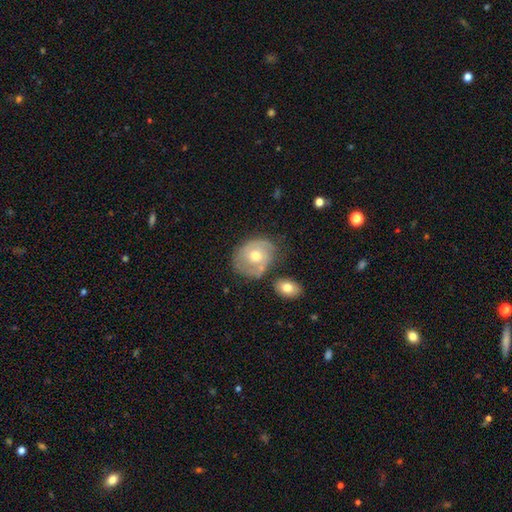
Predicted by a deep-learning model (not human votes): smooth-or-featured: featured or disk: 62% | smooth: 32% | star or artifact: 7%
  disk-edge-on: no: 96% | yes: 4%
    bar: no: 78% | weak: 18% | strong: 3%
    has-spiral-arms: yes: 73% | no: 27%
    bulge-size: moderate: 71% | small: 23% | large: 4% | none: 1% | dominant: 1%
  merging: none: 57% | minor disturbance: 21% | merger: 14% | major disturbance: 8%